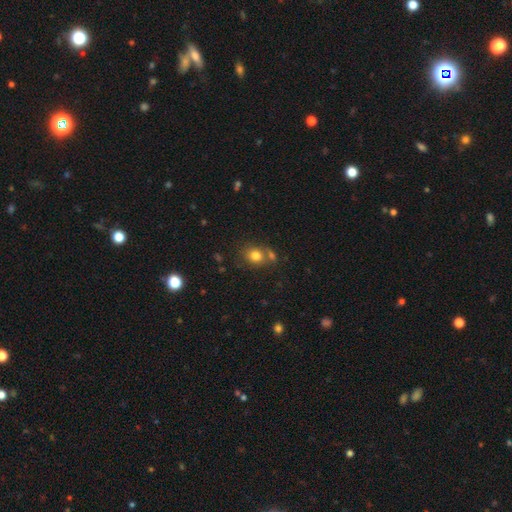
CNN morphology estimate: Smooth or featured? Predicted: smooth (p=0.79). How rounded? Predicted: round (p=0.65). Merging? Predicted: none (p=0.59).